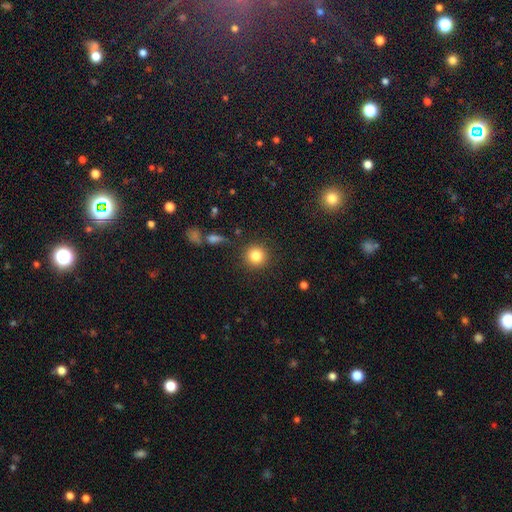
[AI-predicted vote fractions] smooth 83%, star or artifact 11%, featured or disk 7%. Down the decision tree: how rounded — round (94%); merging — none (89%).